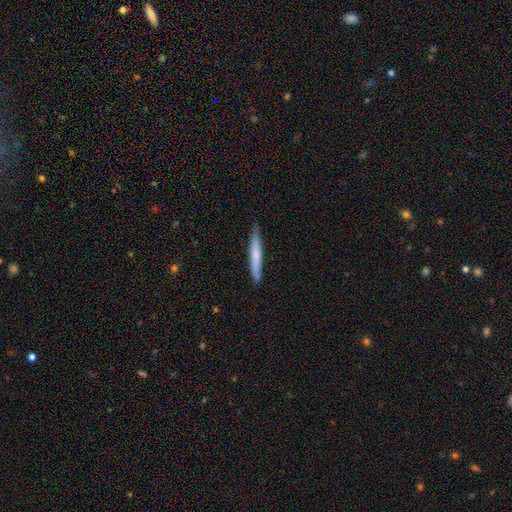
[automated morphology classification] A smooth galaxy with no disk features (65%) that is cigar-shaped (96%).

Vote fractions:
- Smooth or featured? smooth: 65% / featured or disk: 30% / star or artifact: 5%
- How rounded? cigar-shaped: 96% / in between: 3% / round: 1%
- Merging? none: 85% / minor disturbance: 12% / major disturbance: 2% / merger: 1%